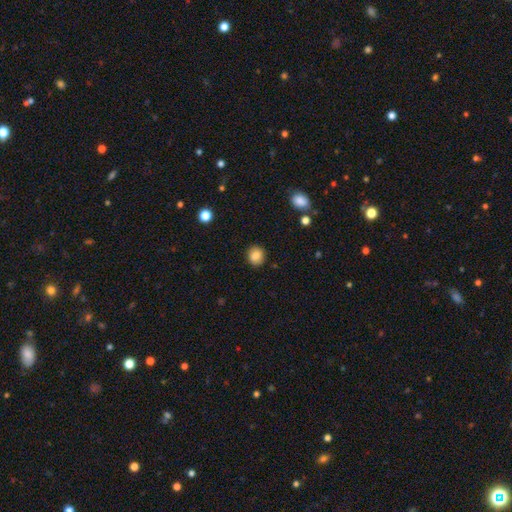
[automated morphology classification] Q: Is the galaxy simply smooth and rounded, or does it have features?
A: smooth — 86%.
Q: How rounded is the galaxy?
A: round — 79%.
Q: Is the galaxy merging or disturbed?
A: none — 89%.